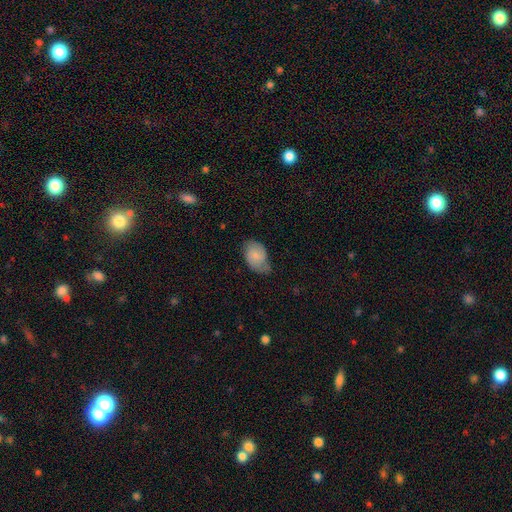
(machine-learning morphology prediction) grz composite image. It shows a smooth galaxy with no disk features (62%) that is in between round and cigar-shaped (86%). Merging: none (43%).